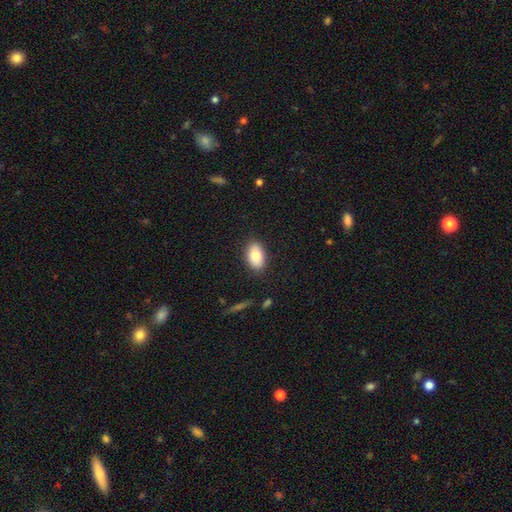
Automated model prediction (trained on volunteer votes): This is clearly a smooth galaxy (80%). How rounded: clearly in between (90%). Merging: clearly none (86%).